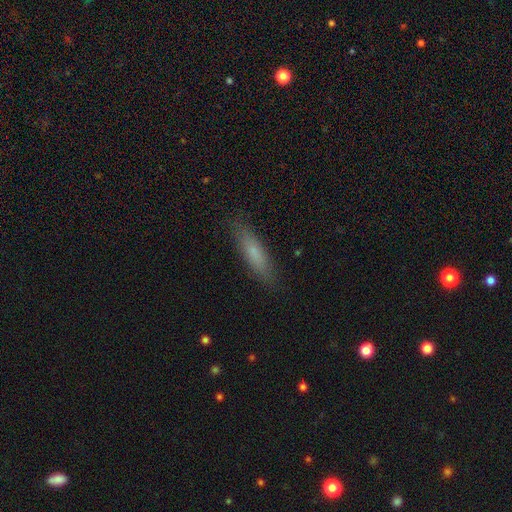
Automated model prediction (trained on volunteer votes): This appears to be a smooth galaxy with no disk features (70%) that is cigar-shaped (76%). Merging: none (87%).